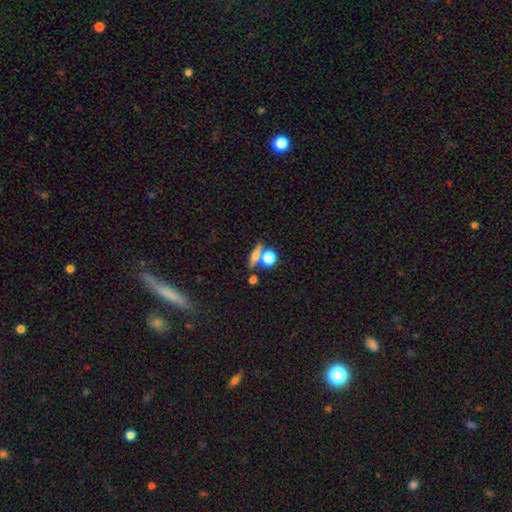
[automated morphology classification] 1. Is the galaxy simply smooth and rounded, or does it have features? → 49% smooth, 37% featured or disk, 14% star or artifact.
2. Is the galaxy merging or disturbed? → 64% none, 22% merger, 9% minor disturbance, 5% major disturbance.